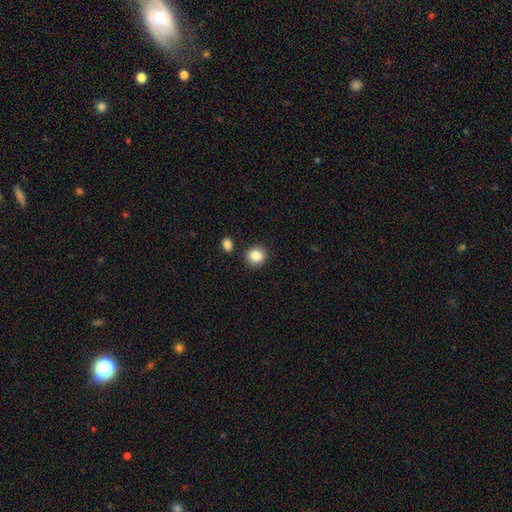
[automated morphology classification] A smooth galaxy with no disk features (86%) that is round (86%). Merging: none (88%).